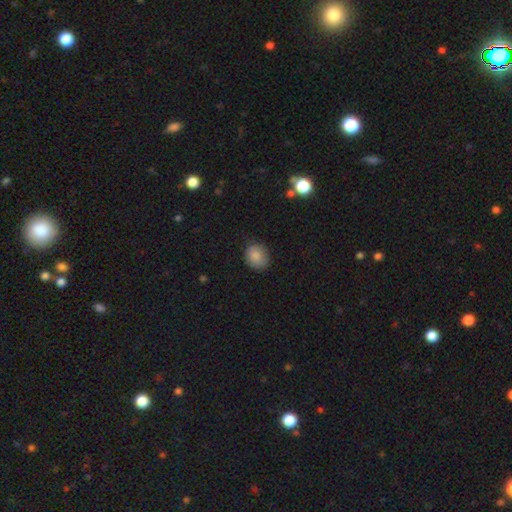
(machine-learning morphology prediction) Overall: smooth (86%). How rounded: round (64%; in between 36%). Merging: none (78%).